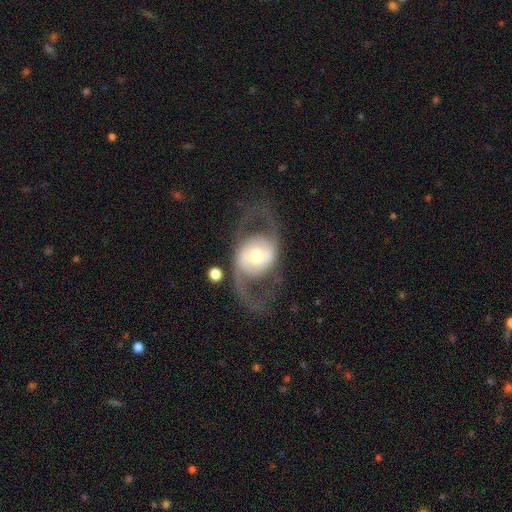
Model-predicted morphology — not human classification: This is likely a featured or disk galaxy (76%). It is clearly not viewed edge-on (94%). Bar: possibly no (58%). Spiral arm pattern: likely yes (67%). Central bulge: likely moderate (65%). Merging: likely none (67%).